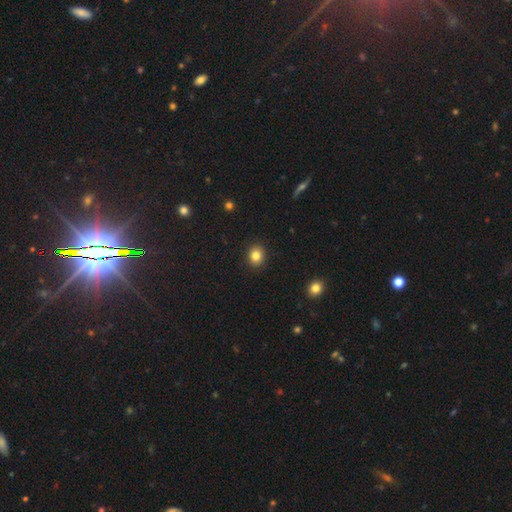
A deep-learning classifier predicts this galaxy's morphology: This appears to be a smooth galaxy with no disk features (83%) that is round (68%). Merging: none (91%).